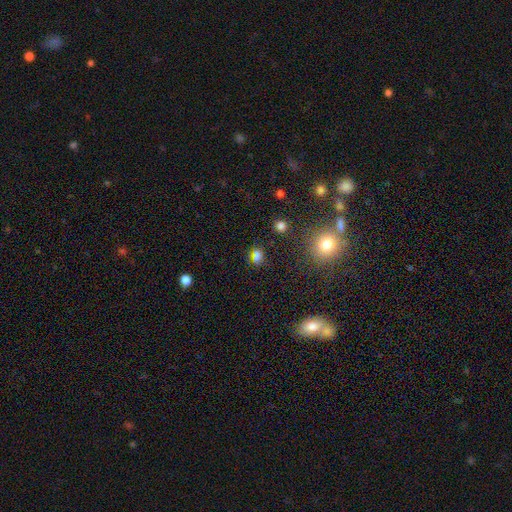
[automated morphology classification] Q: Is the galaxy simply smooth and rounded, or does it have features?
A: smooth — 63%.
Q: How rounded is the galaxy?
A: round — 56%.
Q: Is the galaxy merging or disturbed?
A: none — 79%.